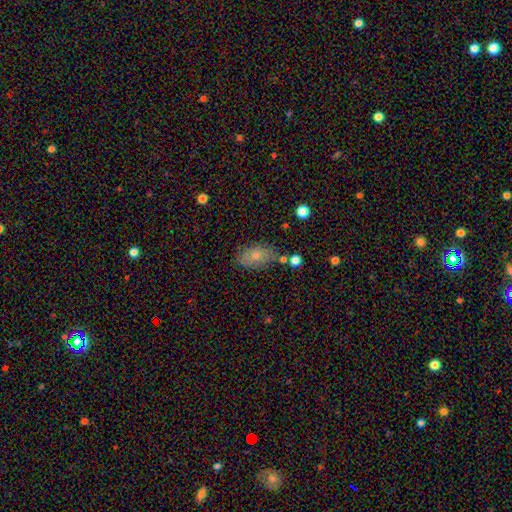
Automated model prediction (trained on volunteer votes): Smooth or featured? smooth (73%)
How rounded? in between (89%)
Merging? none (74%)